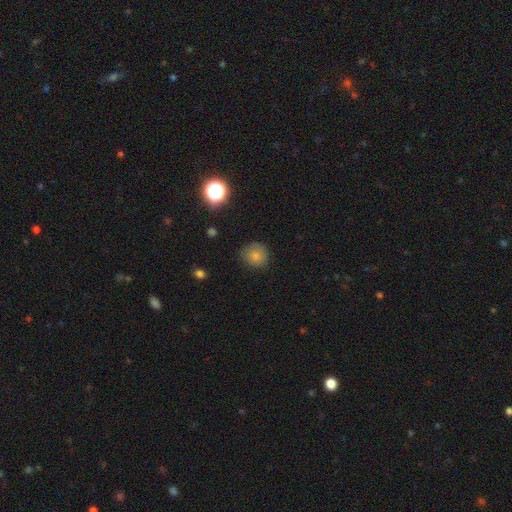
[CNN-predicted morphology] This is likely a smooth galaxy (79%). How rounded: clearly round (89%). Merging: likely none (77%).